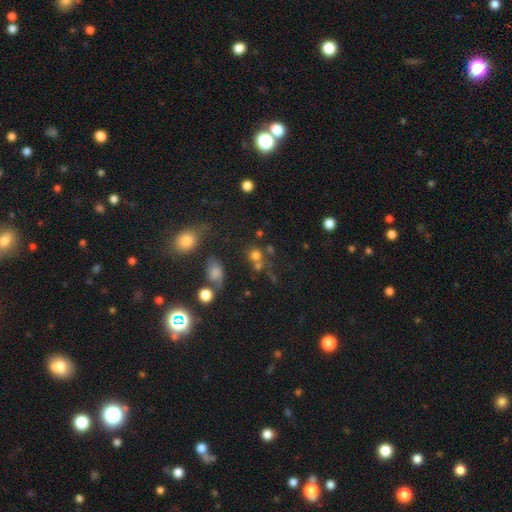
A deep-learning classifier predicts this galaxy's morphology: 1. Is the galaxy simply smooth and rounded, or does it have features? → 67% smooth, 21% star or artifact, 11% featured or disk.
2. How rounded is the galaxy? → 84% round, 15% in between, 1% cigar-shaped.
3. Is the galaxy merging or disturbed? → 55% none, 27% merger, 11% minor disturbance, 7% major disturbance.